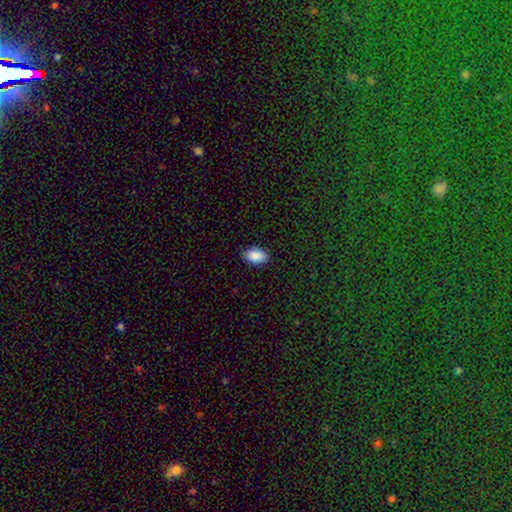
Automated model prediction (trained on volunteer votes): This is clearly a smooth galaxy (90%). How rounded: clearly in between (93%). Merging: clearly none (88%).